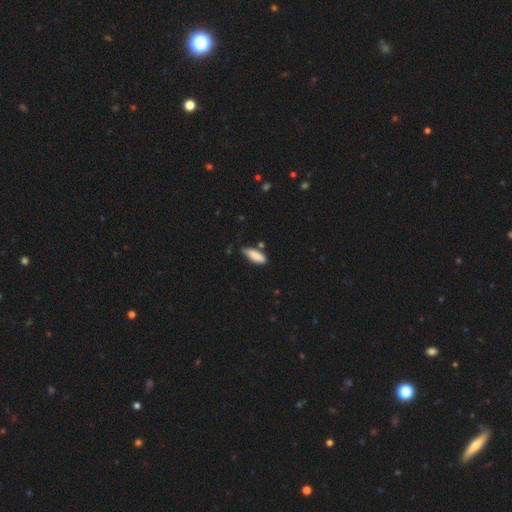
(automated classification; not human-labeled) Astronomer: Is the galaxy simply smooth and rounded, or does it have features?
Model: smooth — 87%.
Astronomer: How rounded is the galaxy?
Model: in between — 62%.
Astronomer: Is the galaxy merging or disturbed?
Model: none — 63%.